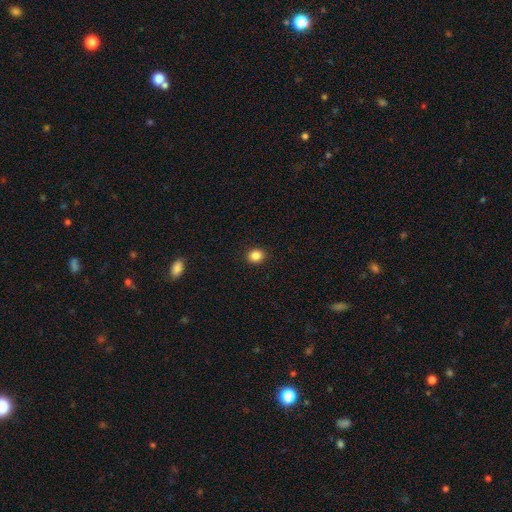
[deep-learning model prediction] This appears to be a smooth galaxy with no disk features (85%) that is round (74%). Merging: none (92%).